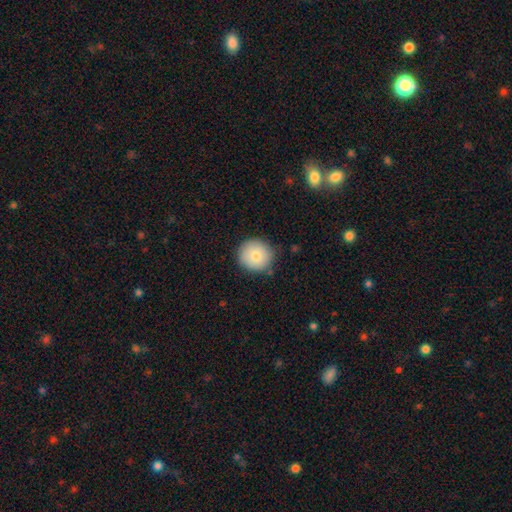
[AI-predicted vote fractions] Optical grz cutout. It shows a smooth galaxy with no disk features (80%) that is round (92%). Merging: none (83%).